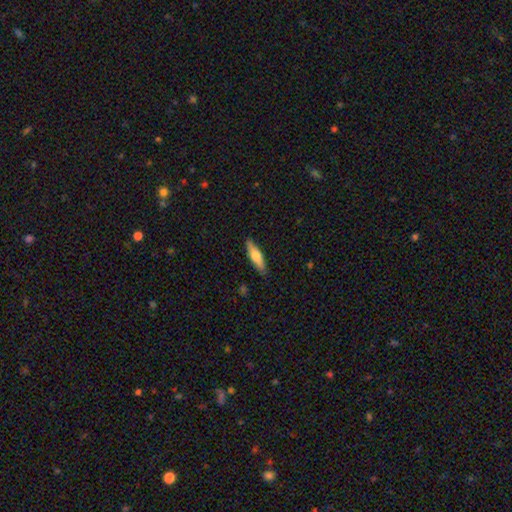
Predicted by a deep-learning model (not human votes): This is likely a smooth galaxy (61%). How rounded: likely cigar-shaped (66%). Merging: clearly none (87%).